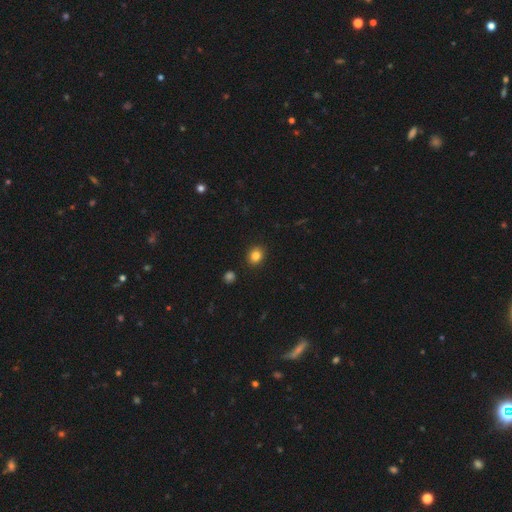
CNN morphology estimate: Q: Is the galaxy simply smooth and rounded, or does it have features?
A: smooth — 83%.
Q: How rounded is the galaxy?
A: round — 67%.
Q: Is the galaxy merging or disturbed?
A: none — 90%.